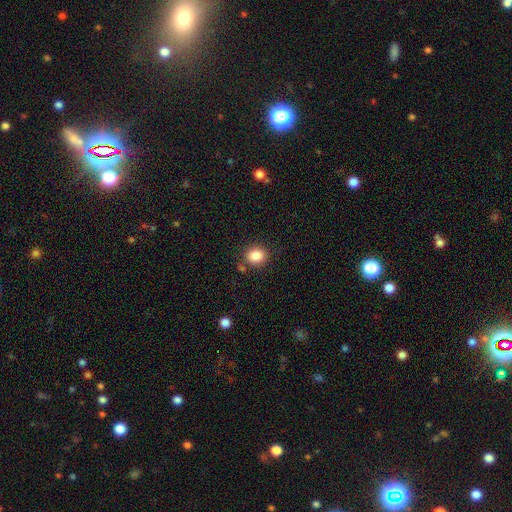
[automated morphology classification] Smooth or featured?
  - smooth: 85% *
  - star or artifact: 10%
  - featured or disk: 5%
How rounded?
  - round: 70% *
  - in between: 29%
  - cigar-shaped: 1%
Merging?
  - none: 82% *
  - minor disturbance: 10%
  - merger: 5%
  - major disturbance: 3%